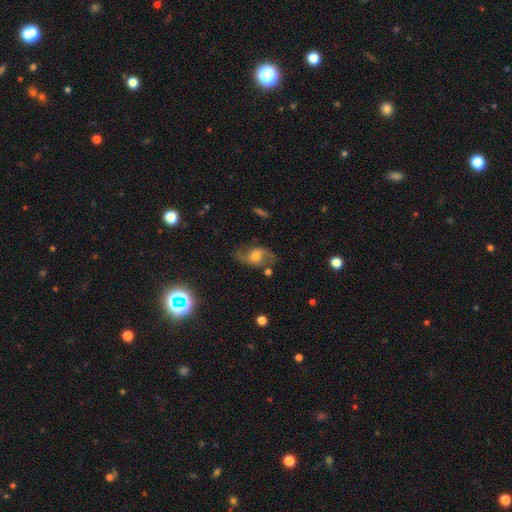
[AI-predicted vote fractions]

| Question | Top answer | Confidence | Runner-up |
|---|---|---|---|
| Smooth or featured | featured or disk | 66% | smooth (23%) |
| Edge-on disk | no | 93% | yes (7%) |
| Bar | no | 55% | weak (35%) |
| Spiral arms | yes | 87% | no (13%) |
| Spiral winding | loose | 60% | medium (32%) |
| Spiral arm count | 2 | 89% | can't tell (6%) |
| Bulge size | moderate | 57% | small (23%) |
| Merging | none | 68% | minor disturbance (19%) |